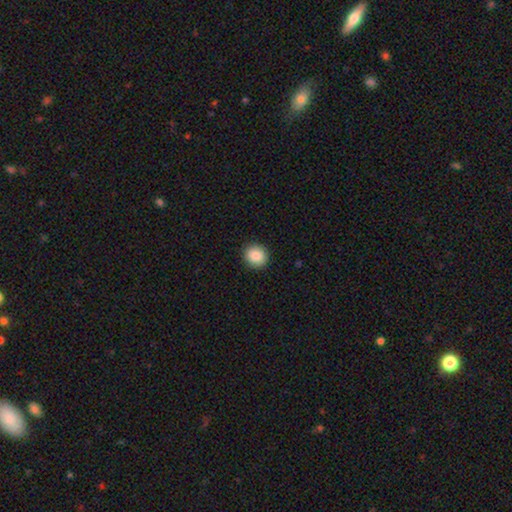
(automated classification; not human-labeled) smooth 87%, star or artifact 8%, featured or disk 5%. Down the decision tree: how rounded — round (88%); merging — none (92%).